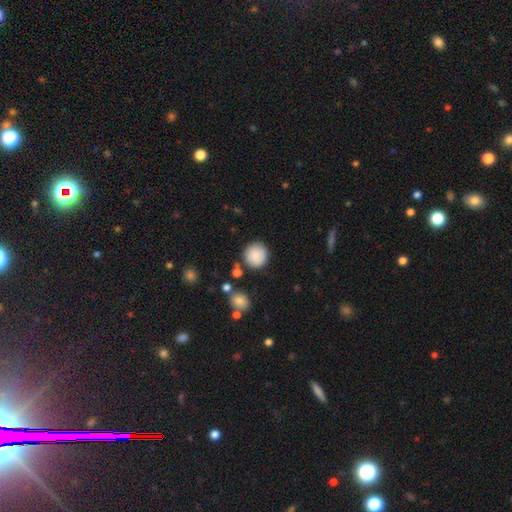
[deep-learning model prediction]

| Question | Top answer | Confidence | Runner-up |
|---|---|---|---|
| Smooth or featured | smooth | 88% | star or artifact (8%) |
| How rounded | round | 94% | in between (5%) |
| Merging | none | 85% | minor disturbance (9%) |